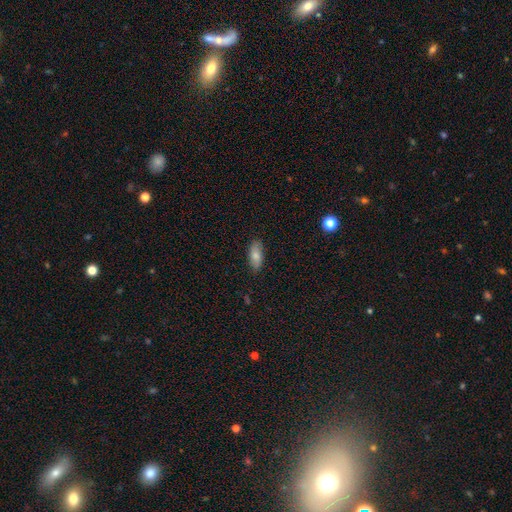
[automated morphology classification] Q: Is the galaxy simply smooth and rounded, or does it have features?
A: smooth — 80%.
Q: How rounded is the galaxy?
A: in between — 84%.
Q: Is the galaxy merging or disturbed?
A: none — 84%.